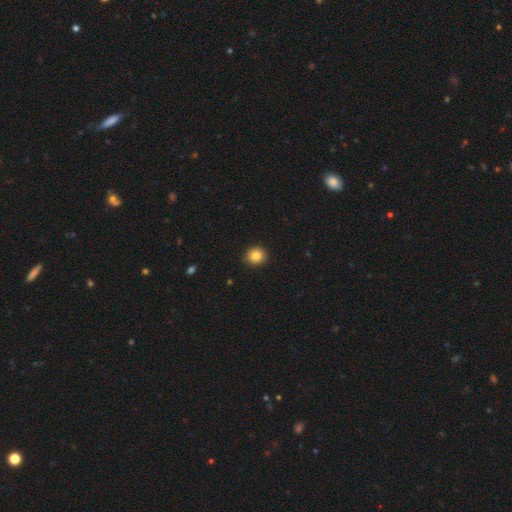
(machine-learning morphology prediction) Smooth or featured?
  - smooth: 85% *
  - star or artifact: 10%
  - featured or disk: 5%
How rounded?
  - round: 86% *
  - in between: 13%
  - cigar-shaped: 1%
Merging?
  - none: 91% *
  - minor disturbance: 6%
  - major disturbance: 2%
  - merger: 1%